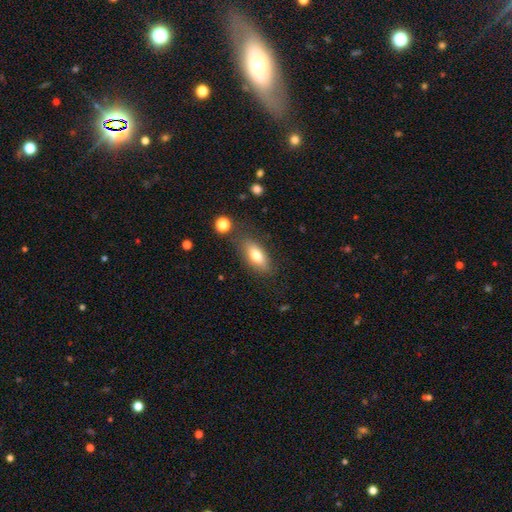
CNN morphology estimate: This is likely a smooth galaxy (75%). How rounded: clearly in between (81%). Merging: likely none (77%).